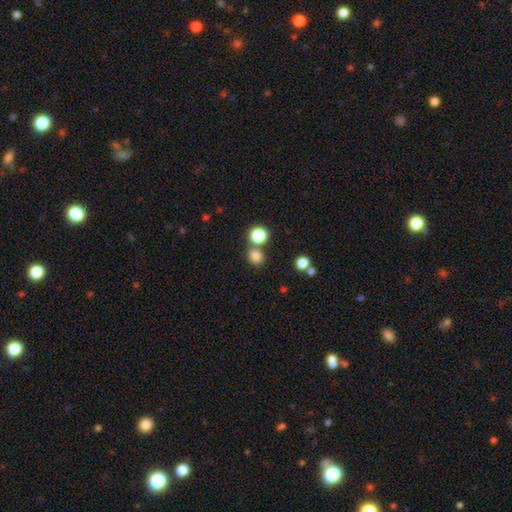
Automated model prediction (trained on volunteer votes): Smooth or featured: smooth — 81% (star or artifact — 15%)
How rounded: round — 81% (in between — 18%)
Merging: none — 68% (merger — 21%)